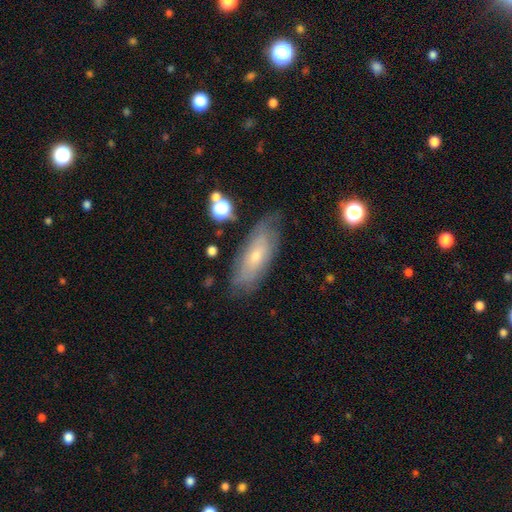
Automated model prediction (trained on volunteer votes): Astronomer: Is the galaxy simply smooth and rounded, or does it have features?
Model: featured or disk — 49% (runner-up: smooth, 42%).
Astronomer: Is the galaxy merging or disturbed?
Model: none — 72%.